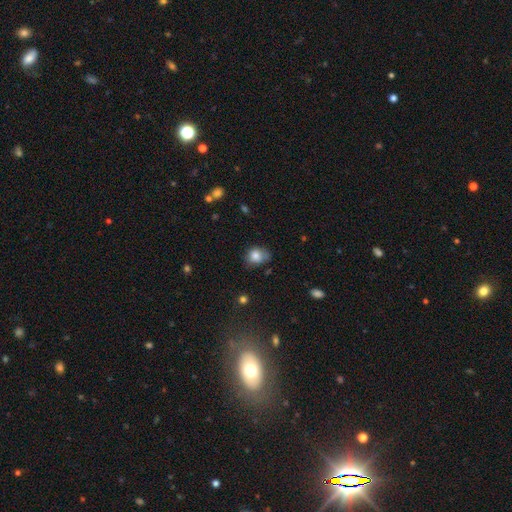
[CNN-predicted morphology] Smooth or featured?
  - smooth: 79% *
  - featured or disk: 11%
  - star or artifact: 10%
How rounded?
  - round: 52% *
  - in between: 47%
  - cigar-shaped: 1%
Merging?
  - none: 53% *
  - minor disturbance: 34%
  - major disturbance: 10%
  - merger: 3%